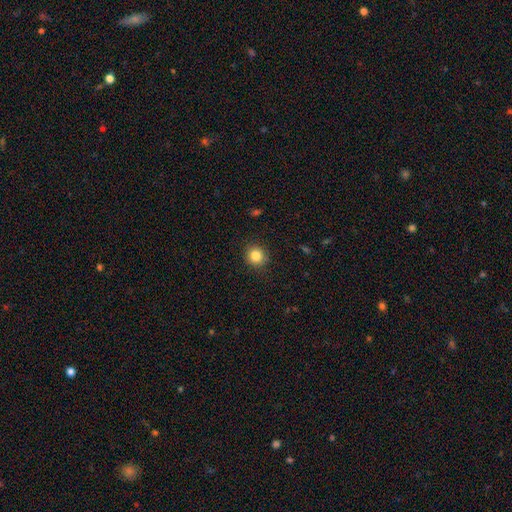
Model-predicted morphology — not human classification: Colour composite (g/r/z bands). It shows a smooth galaxy with no disk features (85%) that is round (92%). Merging: none (90%).